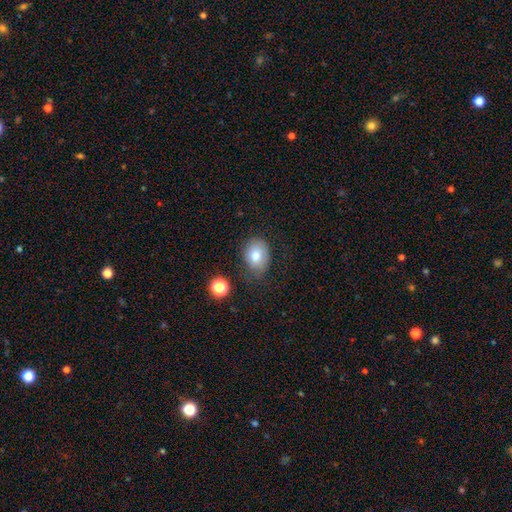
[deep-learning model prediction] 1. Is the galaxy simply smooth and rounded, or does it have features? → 77% smooth, 13% featured or disk, 10% star or artifact.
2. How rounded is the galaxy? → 62% in between, 37% round, 1% cigar-shaped.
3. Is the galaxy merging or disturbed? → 67% none, 23% minor disturbance, 6% major disturbance, 3% merger.